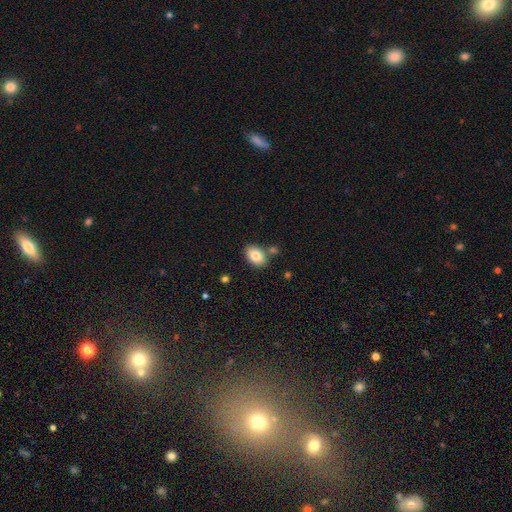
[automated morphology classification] This is clearly a smooth galaxy (83%). How rounded: clearly in between (84%). Merging: likely none (76%).